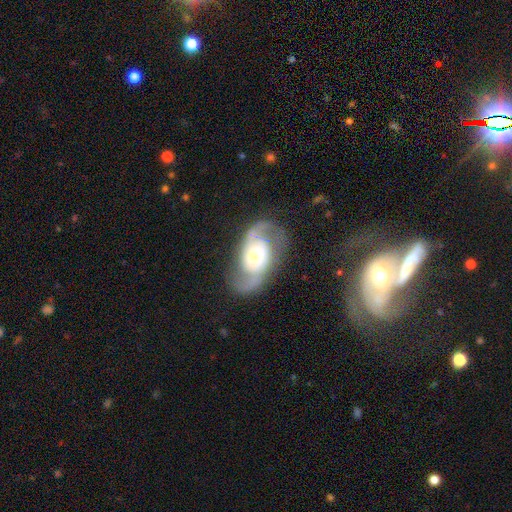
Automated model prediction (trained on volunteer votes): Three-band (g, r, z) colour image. It shows a featured or disk galaxy (84%) with no bar (45%), 2 (91%) medium (50%) spiral arms (95%) and a moderate central bulge (46%). Merging: none (74%).